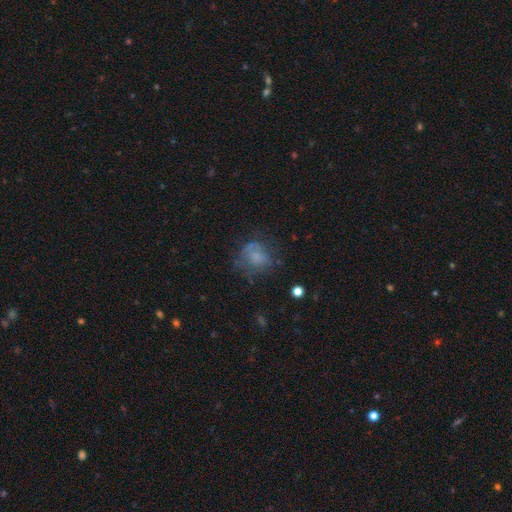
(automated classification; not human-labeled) smooth-or-featured: smooth: 58% | featured or disk: 28% | star or artifact: 14%
  how-rounded: round: 68% | in between: 31% | cigar-shaped: 1%
  merging: none: 46% | minor disturbance: 25% | major disturbance: 25% | merger: 3%